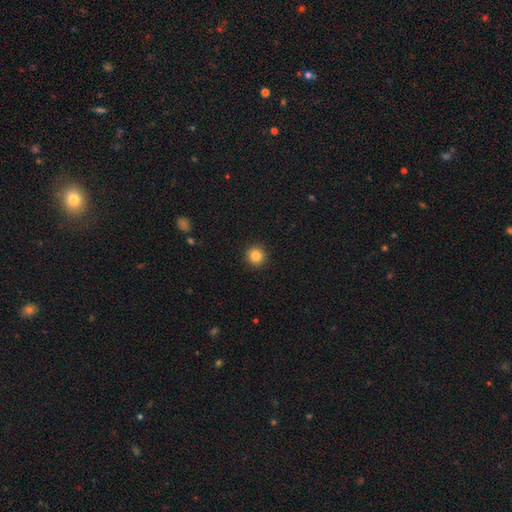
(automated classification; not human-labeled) Q: Smooth or featured?
A: smooth (84%); runner-up: star or artifact (11%)
Q: How rounded?
A: round (95%); runner-up: in between (4%)
Q: Merging?
A: none (93%); runner-up: minor disturbance (4%)